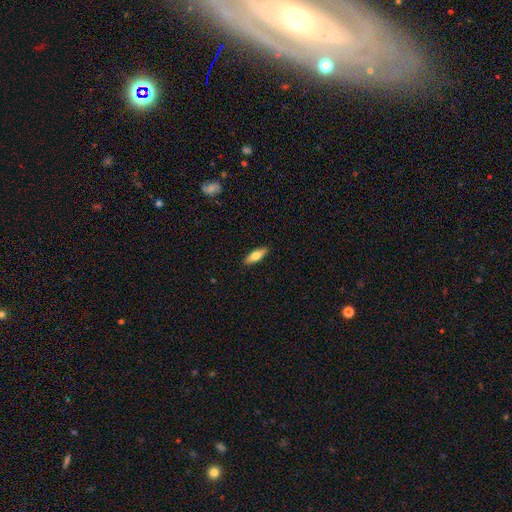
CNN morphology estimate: smooth_or_featured: smooth (p=0.69) [alt: featured or disk p=0.25]
how_rounded: in between (p=0.56) [alt: cigar-shaped p=0.42]
merging: none (p=0.90) [alt: minor disturbance p=0.08]